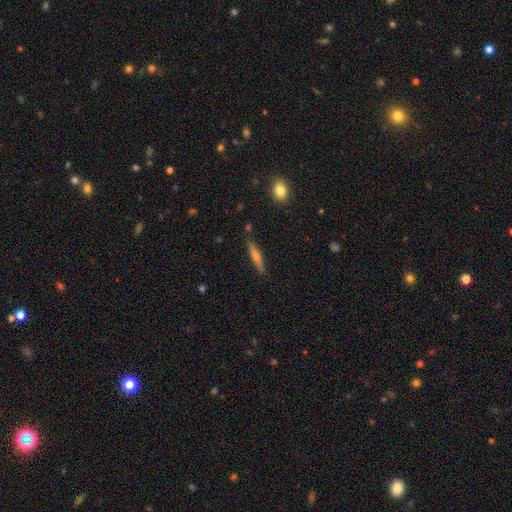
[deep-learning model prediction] Smooth or featured?
  - featured or disk: 47% *
  - smooth: 45%
  - star or artifact: 8%
Merging?
  - none: 86% *
  - minor disturbance: 10%
  - merger: 2%
  - major disturbance: 2%